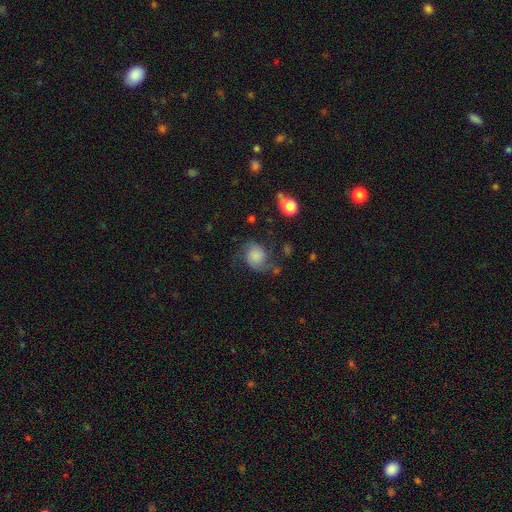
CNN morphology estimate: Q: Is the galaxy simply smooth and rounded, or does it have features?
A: featured or disk — 46%.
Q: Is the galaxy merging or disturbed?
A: none — 58%.